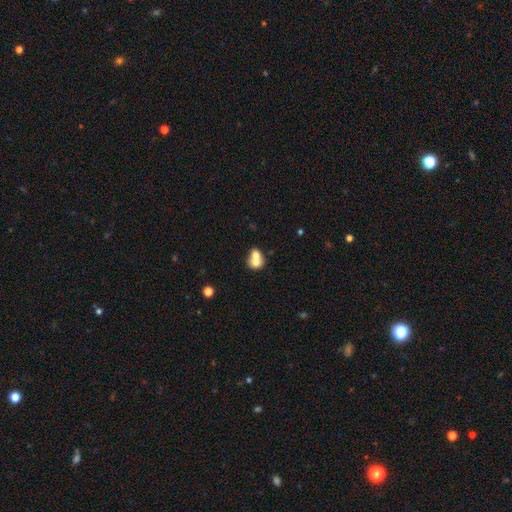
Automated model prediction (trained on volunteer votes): A smooth galaxy with no disk features (68%) that is round (55%). Merging: merger (72%).